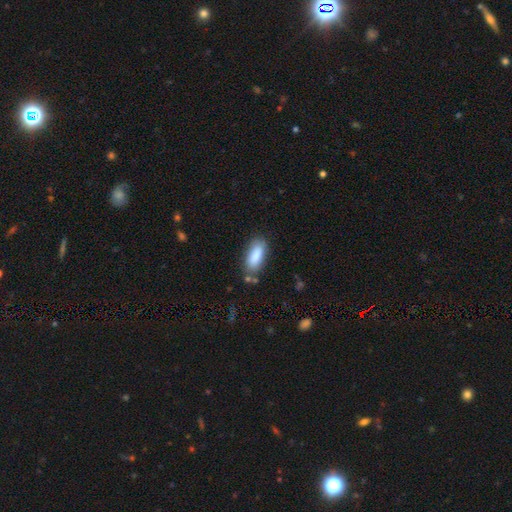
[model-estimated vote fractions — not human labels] smooth 87%, featured or disk 7%, star or artifact 6%. Down the decision tree: how rounded — in between (82%); merging — none (76%).